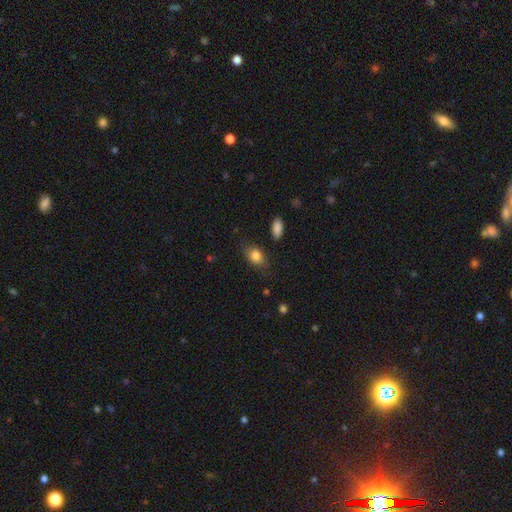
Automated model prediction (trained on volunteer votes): Smooth or featured? smooth (81%)
How rounded? in between (79%)
Merging? none (75%)